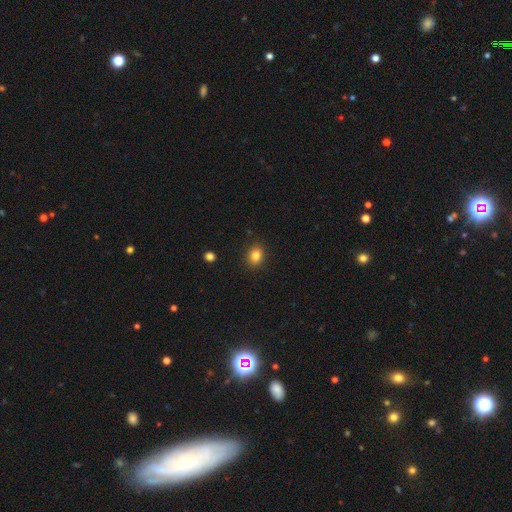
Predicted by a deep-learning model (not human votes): Smooth or featured? Predicted: smooth (p=0.83). How rounded? Predicted: round (p=0.55). Merging? Predicted: none (p=0.89).